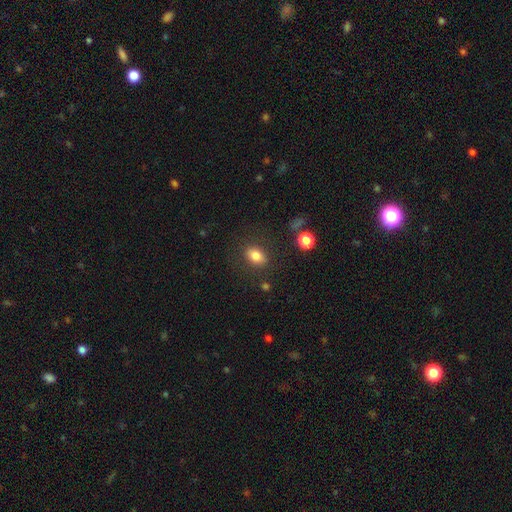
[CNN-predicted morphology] A smooth galaxy with no disk features (82%) that is in between round and cigar-shaped (75%). Merging: none (82%).